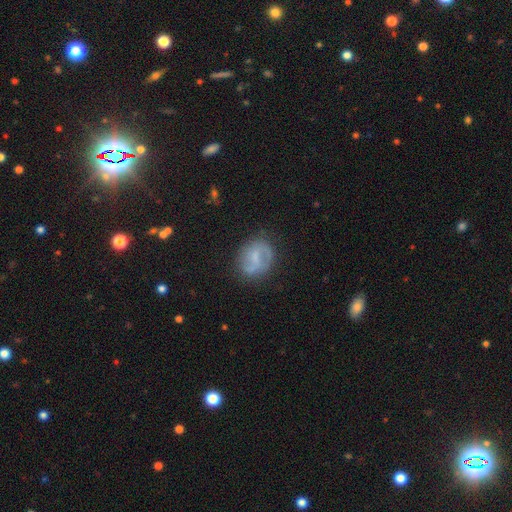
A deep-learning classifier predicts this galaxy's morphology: Overall: featured or disk (55%; smooth 37%). Edge-on disk: no (97%). Bar: weak (48%; no 35%). Spiral arms: yes (73%). Bulge size: small (40%; none 32%). Merging: none (70%).